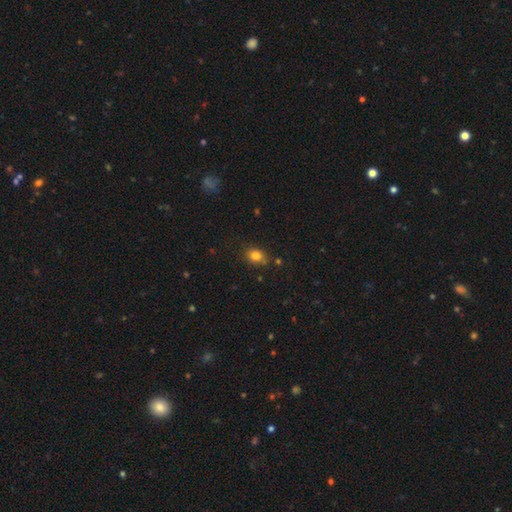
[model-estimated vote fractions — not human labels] The model was most divided on "how rounded": in between: 51%, round: 48%, cigar-shaped: 1%. More confident: smooth or featured — smooth (82%); merging — none (78%).